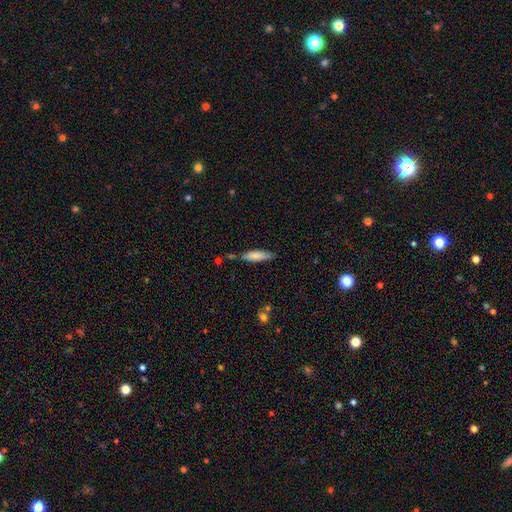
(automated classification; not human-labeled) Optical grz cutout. It shows a smooth galaxy with no disk features (77%) that is cigar-shaped (62%). Merging: none (67%).